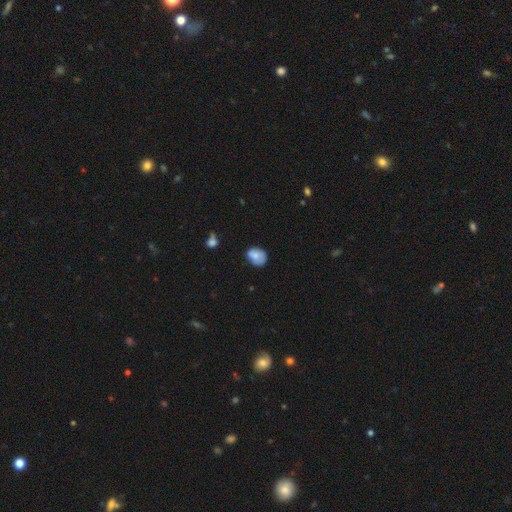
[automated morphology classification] smooth-or-featured: smooth: 72% | featured or disk: 19% | star or artifact: 9%
  how-rounded: in between: 56% | round: 43% | cigar-shaped: 1%
  merging: none: 50% | minor disturbance: 35% | major disturbance: 9% | merger: 6%